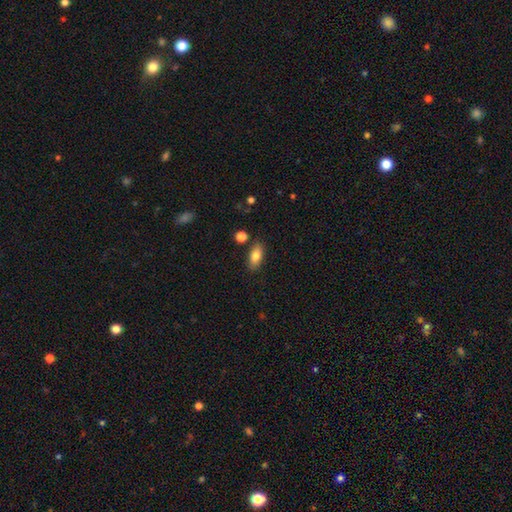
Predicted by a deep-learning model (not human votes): A smooth galaxy with no disk features (81%) that is in between round and cigar-shaped (85%). Merging: none (82%).